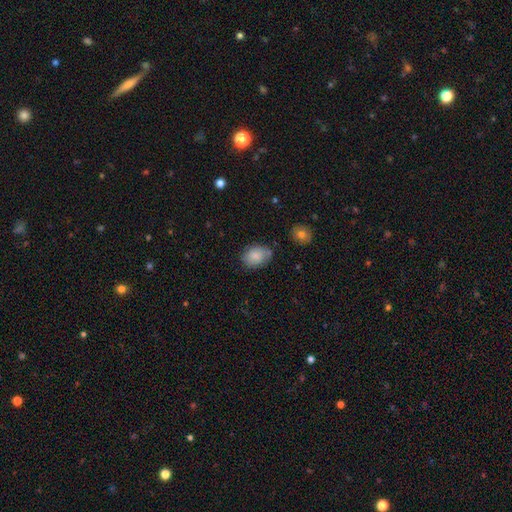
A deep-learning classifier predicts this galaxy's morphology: Smooth or featured? smooth (81%)
How rounded? in between (74%)
Merging? none (69%)